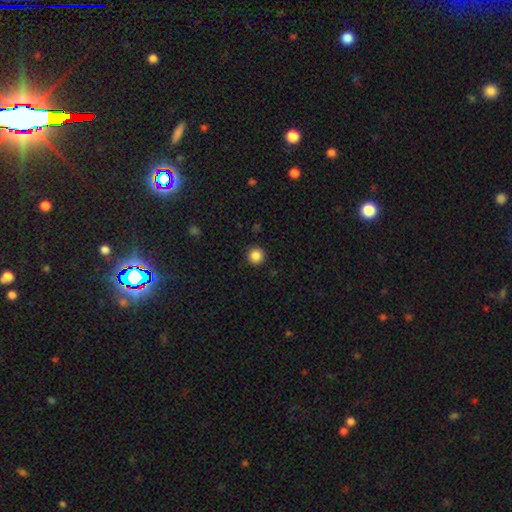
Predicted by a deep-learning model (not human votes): This is clearly a smooth galaxy (87%). How rounded: clearly round (96%). Merging: clearly none (92%).